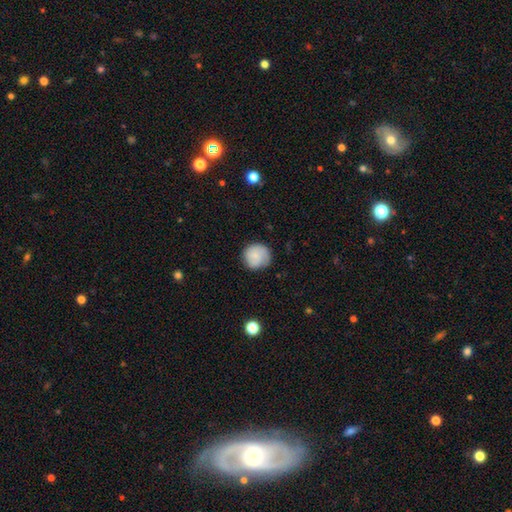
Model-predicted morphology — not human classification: This appears to be a smooth galaxy with no disk features (77%) that is round (92%). Merging: none (77%).